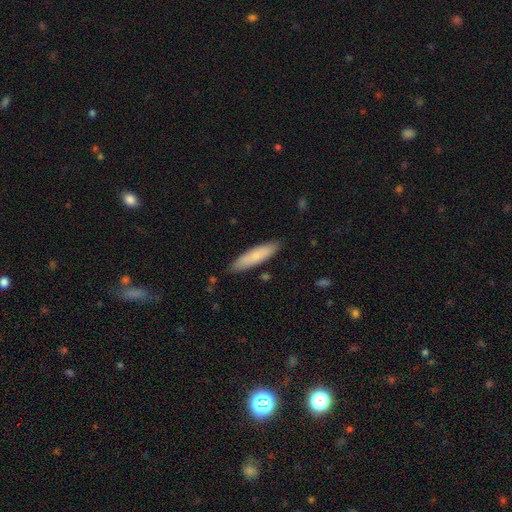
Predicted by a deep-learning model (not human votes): smooth-or-featured: smooth: 76% | featured or disk: 18% | star or artifact: 6%
  how-rounded: cigar-shaped: 73% | in between: 25% | round: 1%
  merging: none: 85% | minor disturbance: 12% | major disturbance: 2% | merger: 2%